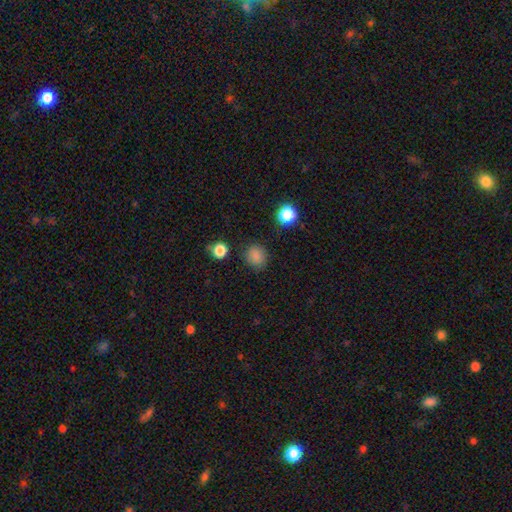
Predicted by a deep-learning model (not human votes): A smooth galaxy with no disk features (83%) that is round (79%). Merging: none (84%).